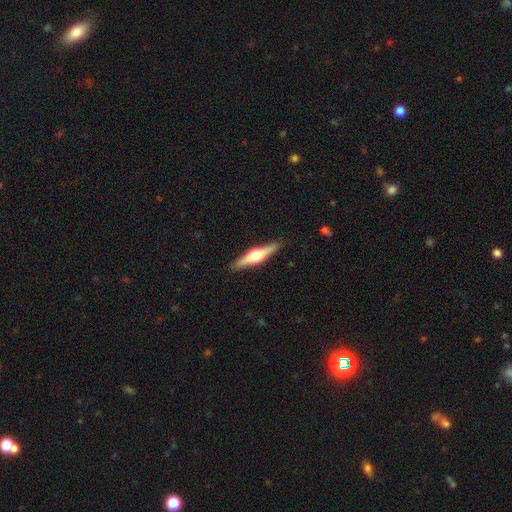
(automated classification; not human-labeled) Smooth or featured? featured or disk (68%)
Edge-on disk? yes (97%)
Edge-on bulge? rounded (94%)
Merging? none (90%)